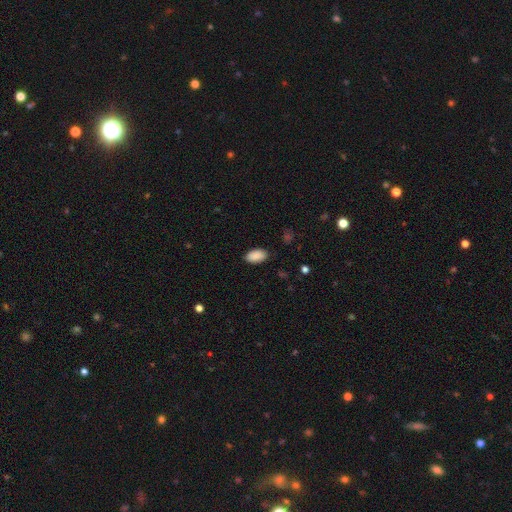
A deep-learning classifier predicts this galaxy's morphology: smooth 90%, star or artifact 7%, featured or disk 3%. Down the decision tree: how rounded — in between (94%); merging — none (86%).